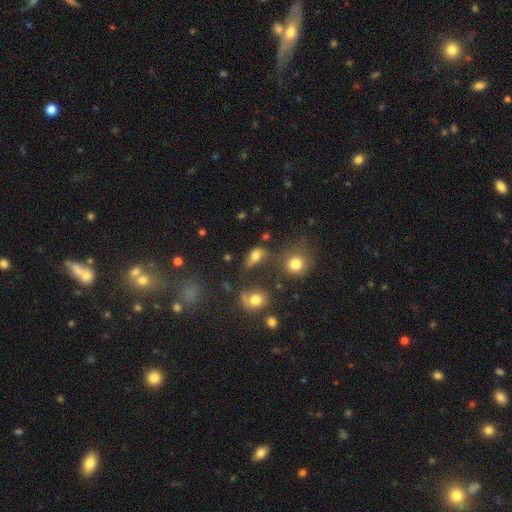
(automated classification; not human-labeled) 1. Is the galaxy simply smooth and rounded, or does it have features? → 72% smooth, 14% star or artifact, 14% featured or disk.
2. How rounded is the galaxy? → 73% in between, 22% round, 5% cigar-shaped.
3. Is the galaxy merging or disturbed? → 44% none, 25% minor disturbance, 17% major disturbance, 14% merger.